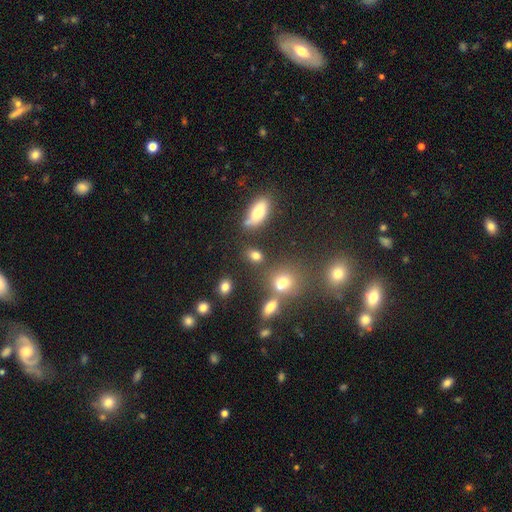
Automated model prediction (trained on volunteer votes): smooth-or-featured: smooth: 74% | star or artifact: 16% | featured or disk: 11%
  how-rounded: in between: 66% | round: 29% | cigar-shaped: 5%
  merging: none: 65% | merger: 16% | minor disturbance: 13% | major disturbance: 6%